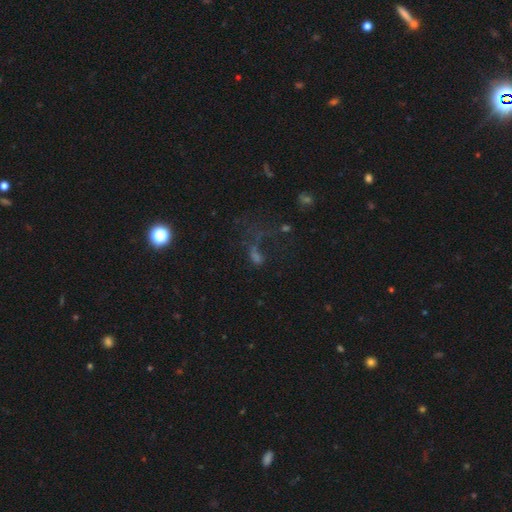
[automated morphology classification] This is marginally a star or artifact rather than a galaxy (42%).